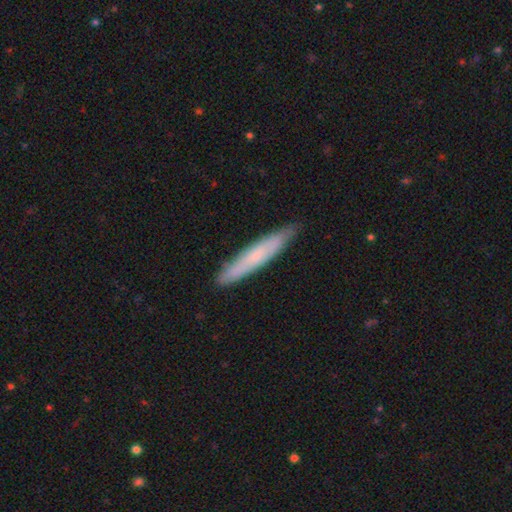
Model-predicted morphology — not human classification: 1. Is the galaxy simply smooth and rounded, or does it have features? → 59% smooth, 35% featured or disk, 6% star or artifact.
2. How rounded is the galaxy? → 92% cigar-shaped, 7% in between, 1% round.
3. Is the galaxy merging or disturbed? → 86% none, 12% minor disturbance, 2% major disturbance, 1% merger.